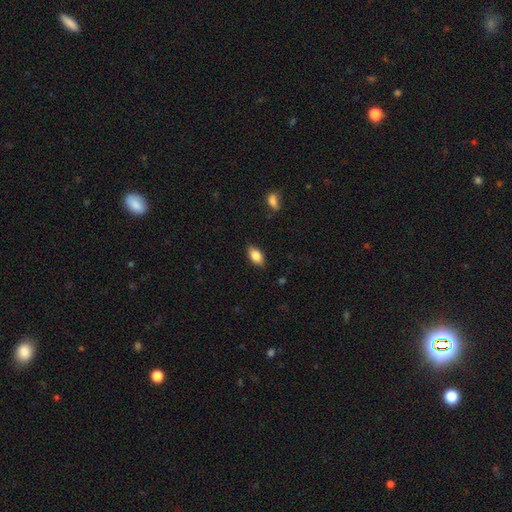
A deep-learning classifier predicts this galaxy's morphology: type=smooth (83%); roundness=in between (90%); merging=none (86%).